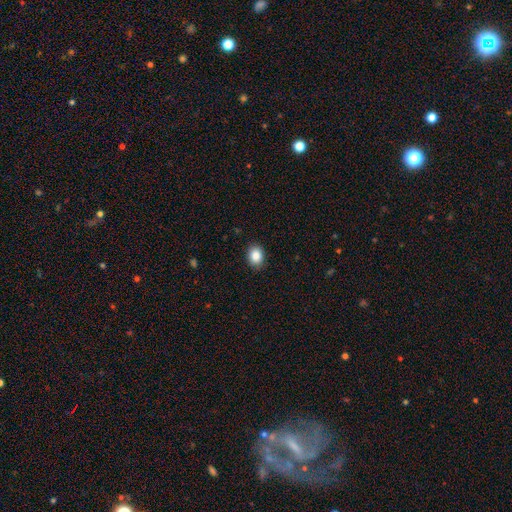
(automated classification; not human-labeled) Smooth or featured? smooth (87%)
How rounded? in between (59%)
Merging? none (89%)